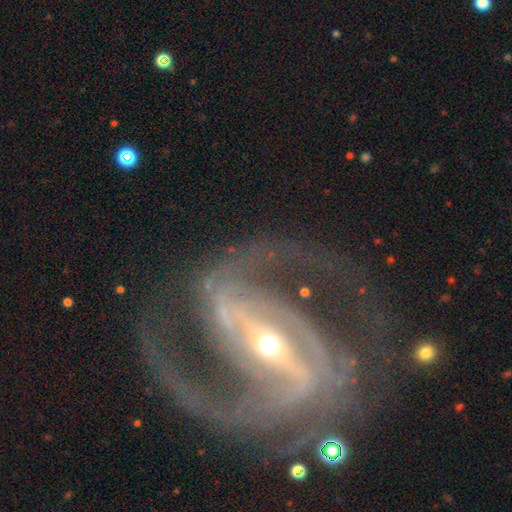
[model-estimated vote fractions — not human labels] This appears to be a featured or disk galaxy (92%) with a strong bar (77%), 2 (74%) medium (57%) spiral arms (98%) and a small central bulge (61%). Merging: none (65%).